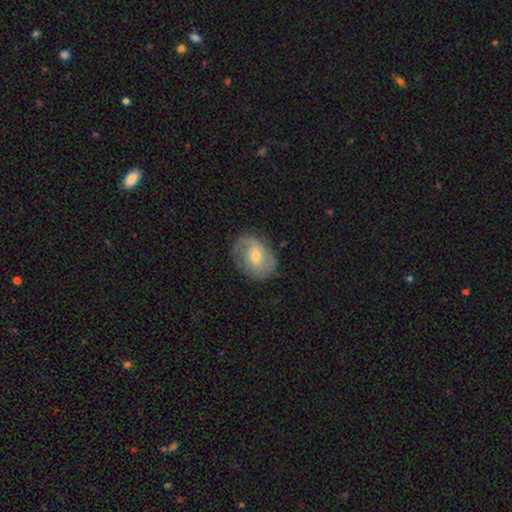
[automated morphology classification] type=featured or disk (71%); edge-on=no (97%); bar=no (48%); spiral arms=yes (89%); winding=medium (43%); arm count=2 (65%); bulge=small (48%); merging=none (72%).